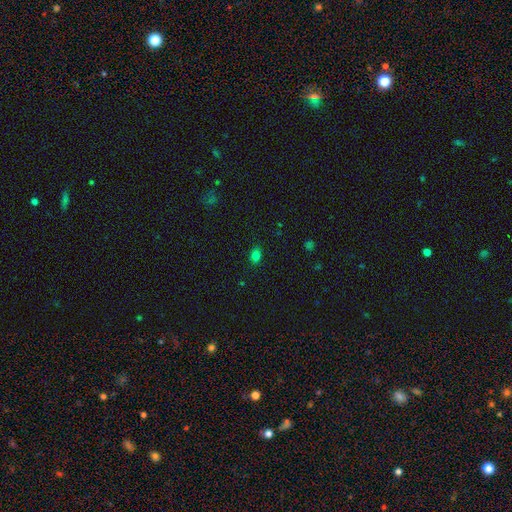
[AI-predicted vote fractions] Smooth or featured? smooth (79%)
How rounded? in between (68%)
Merging? none (86%)